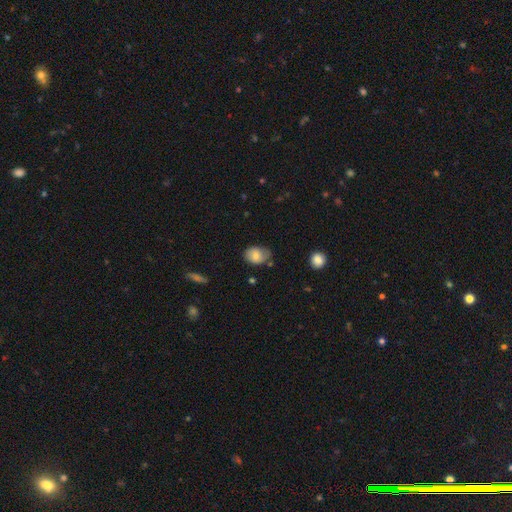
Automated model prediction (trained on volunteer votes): Smooth or featured? smooth (76%)
How rounded? in between (69%)
Merging? none (61%)